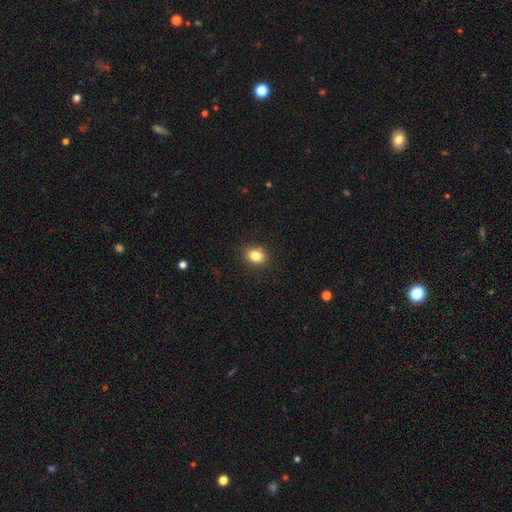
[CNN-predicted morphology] type=smooth (82%); roundness=in between (62%); merging=none (86%).